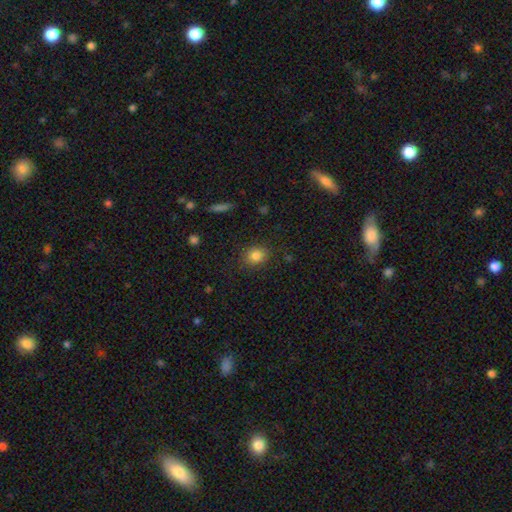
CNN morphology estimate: Smooth or featured? Predicted: smooth (p=0.83). How rounded? Predicted: round (p=0.62). Merging? Predicted: none (p=0.84).